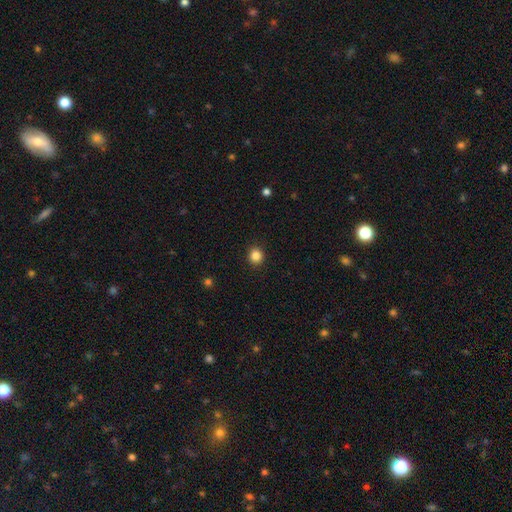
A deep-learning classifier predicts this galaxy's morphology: smooth 85%, star or artifact 11%, featured or disk 4%. Down the decision tree: how rounded — round (90%); merging — none (92%).